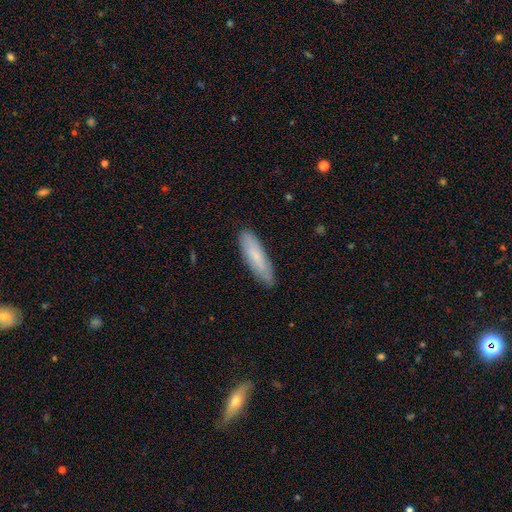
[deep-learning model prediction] smooth_or_featured: smooth (p=0.72) [alt: featured or disk p=0.21]
how_rounded: cigar-shaped (p=0.65) [alt: in between p=0.34]
merging: none (p=0.84) [alt: minor disturbance p=0.12]